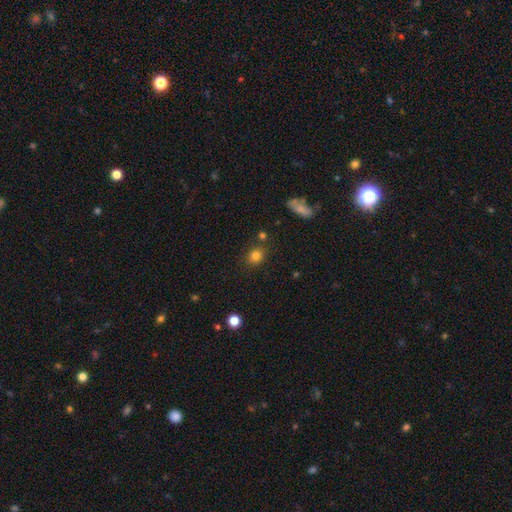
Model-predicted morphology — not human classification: Q: Smooth or featured?
A: smooth (80%); runner-up: star or artifact (13%)
Q: How rounded?
A: round (66%); runner-up: in between (33%)
Q: Merging?
A: none (80%); runner-up: minor disturbance (11%)